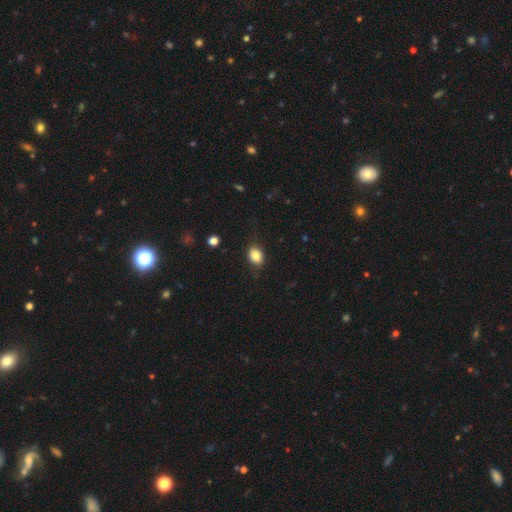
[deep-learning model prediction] Morphology: type=smooth (84%); roundness=in between (66%); merging=none (81%).